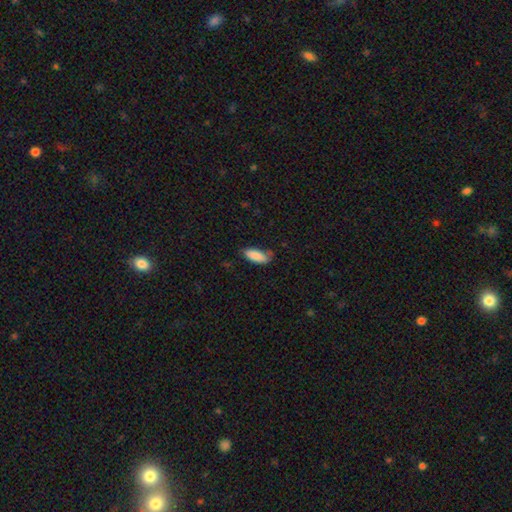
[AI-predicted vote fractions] A smooth galaxy with no disk features (87%) that is in between round and cigar-shaped (80%).

Vote fractions:
- Smooth or featured? smooth: 87% / star or artifact: 7% / featured or disk: 6%
- How rounded? in between: 80% / cigar-shaped: 18% / round: 2%
- Merging? none: 67% / minor disturbance: 26% / major disturbance: 5% / merger: 3%